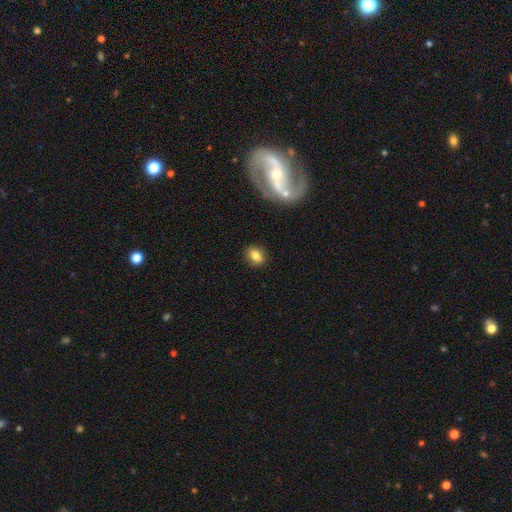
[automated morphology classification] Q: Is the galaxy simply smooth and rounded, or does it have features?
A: smooth — 81%.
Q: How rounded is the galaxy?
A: in between — 60%.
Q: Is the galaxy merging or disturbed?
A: none — 87%.